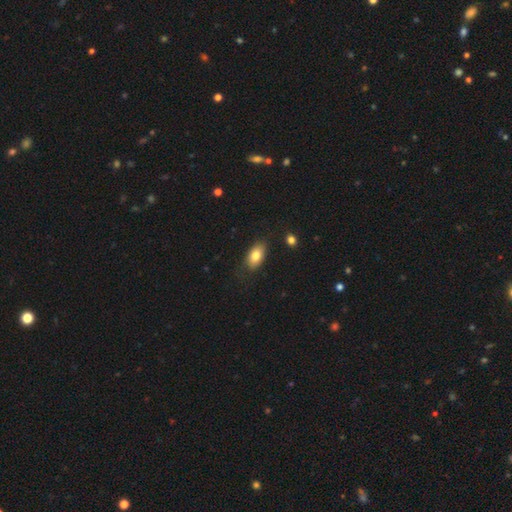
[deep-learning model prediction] A smooth galaxy with no disk features (81%) that is in between round and cigar-shaped (90%). Merging: none (79%).